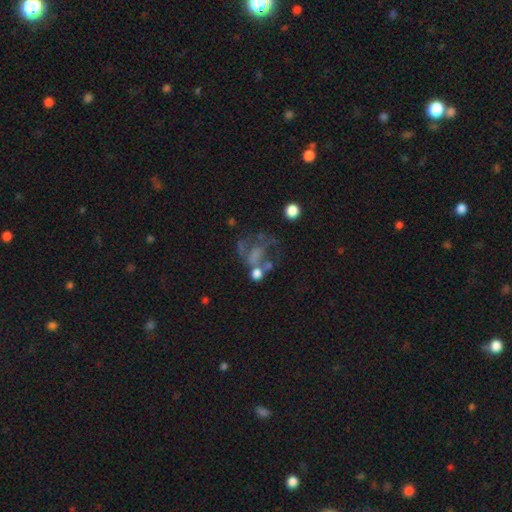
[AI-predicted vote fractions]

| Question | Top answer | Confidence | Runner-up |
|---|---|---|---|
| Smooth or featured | featured or disk | 53% | smooth (25%) |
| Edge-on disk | no | 98% | yes (2%) |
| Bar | no | 80% | weak (15%) |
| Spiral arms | no | 67% | yes (33%) |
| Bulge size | none | 64% | small (15%) |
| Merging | major disturbance | 36% | none (31%) |